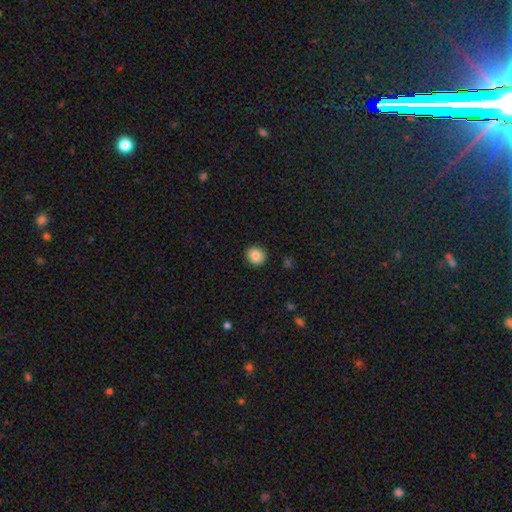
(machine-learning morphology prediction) A smooth galaxy with no disk features (87%) that is round (83%). Merging: none (91%).